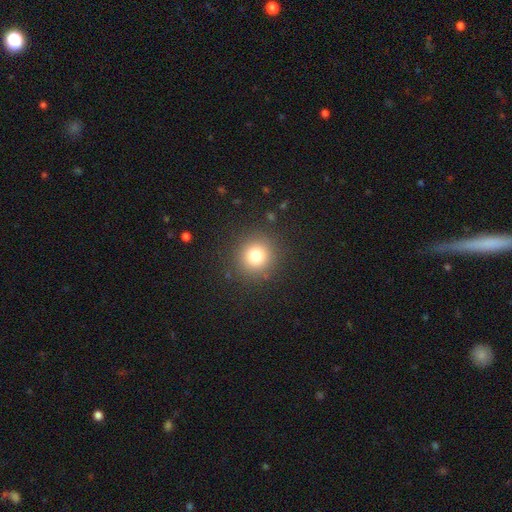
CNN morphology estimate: type=smooth (78%); roundness=round (92%); merging=none (89%).